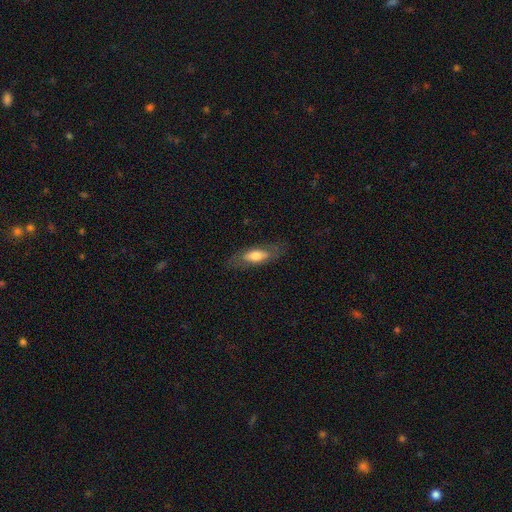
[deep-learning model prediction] smooth_or_featured: smooth (p=0.62) [alt: featured or disk p=0.32]
how_rounded: in between (p=0.70) [alt: cigar-shaped p=0.27]
merging: none (p=0.76) [alt: minor disturbance p=0.16]